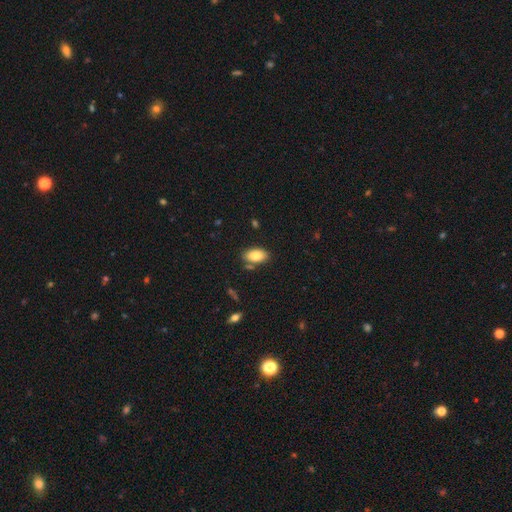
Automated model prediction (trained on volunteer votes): Q: Smooth or featured?
A: smooth (81%); runner-up: featured or disk (12%)
Q: How rounded?
A: in between (92%); runner-up: round (6%)
Q: Merging?
A: none (78%); runner-up: minor disturbance (12%)